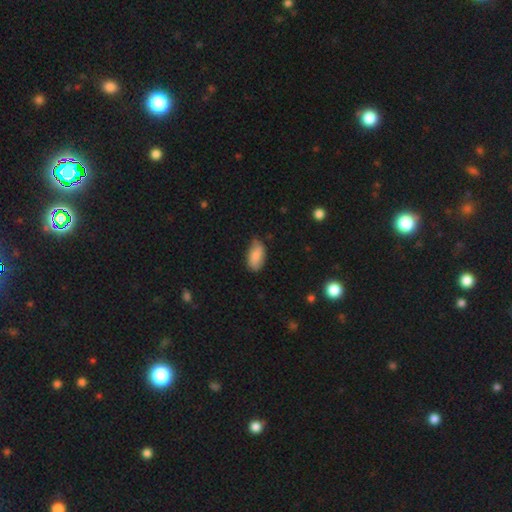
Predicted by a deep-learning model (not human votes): Smooth or featured? smooth (84%)
How rounded? in between (92%)
Merging? none (64%)